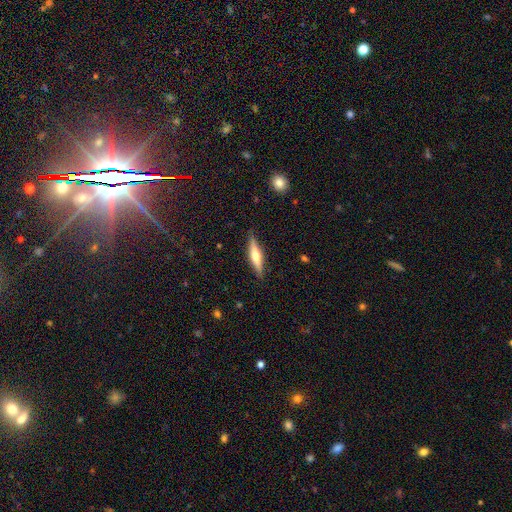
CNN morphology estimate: Q: Smooth or featured?
A: featured or disk (56%); runner-up: smooth (38%)
Q: Edge-on disk?
A: yes (95%); runner-up: no (5%)
Q: Edge-on bulge?
A: rounded (90%); runner-up: boxy (6%)
Q: Merging?
A: none (89%); runner-up: minor disturbance (8%)